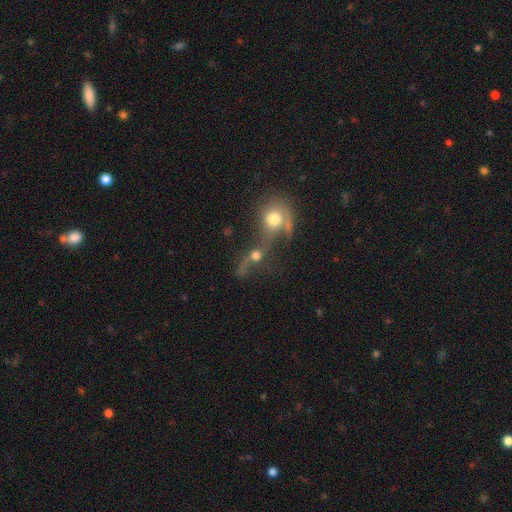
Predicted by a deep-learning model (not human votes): A smooth galaxy with no disk features (47%).

Vote fractions:
- Smooth or featured? smooth: 47% / featured or disk: 36% / star or artifact: 17%
- Merging? merger: 69% / none: 16% / major disturbance: 10% / minor disturbance: 6%